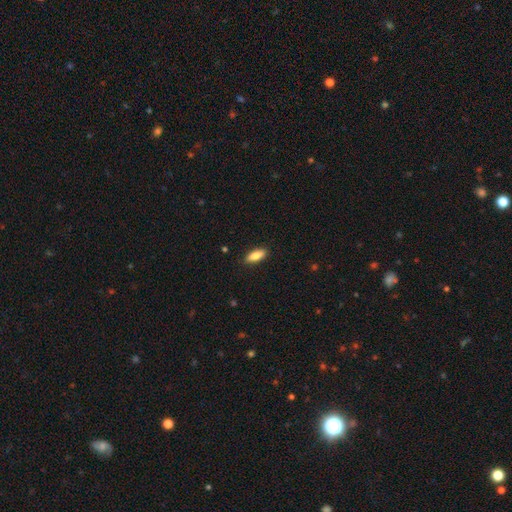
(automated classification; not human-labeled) The model was most divided on "how rounded": in between: 75%, cigar-shaped: 23%, round: 2%. More confident: merging — none (88%); smooth or featured — smooth (82%).